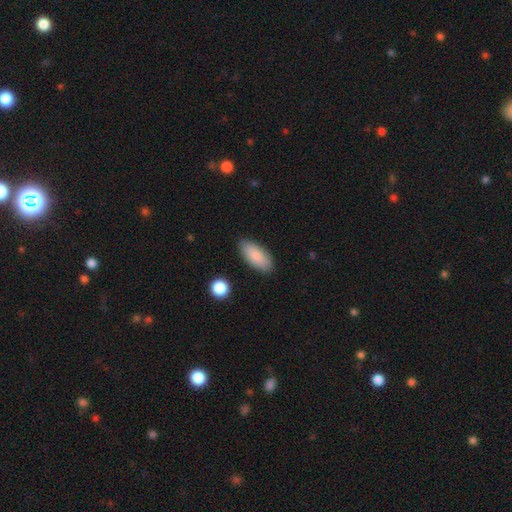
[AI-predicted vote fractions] Smooth or featured: smooth — 85% (featured or disk — 9%)
How rounded: in between — 88% (cigar-shaped — 10%)
Merging: none — 86% (minor disturbance — 10%)